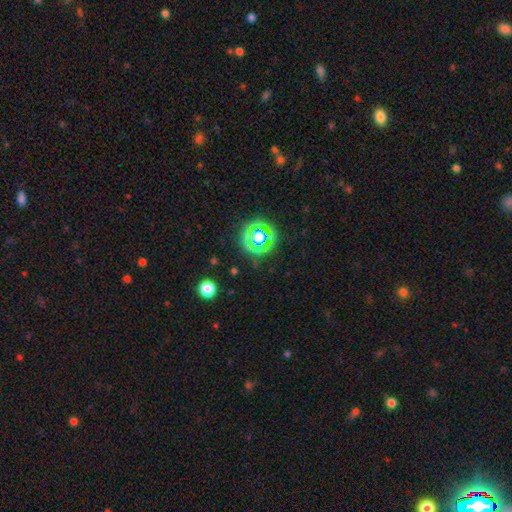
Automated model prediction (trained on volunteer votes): Overall: star or artifact (74%).